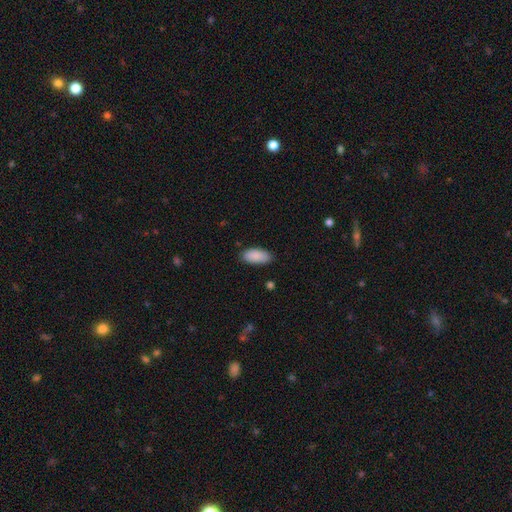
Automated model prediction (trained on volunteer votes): smooth 90%, star or artifact 6%, featured or disk 4%. Down the decision tree: how rounded — in between (92%); merging — none (84%).